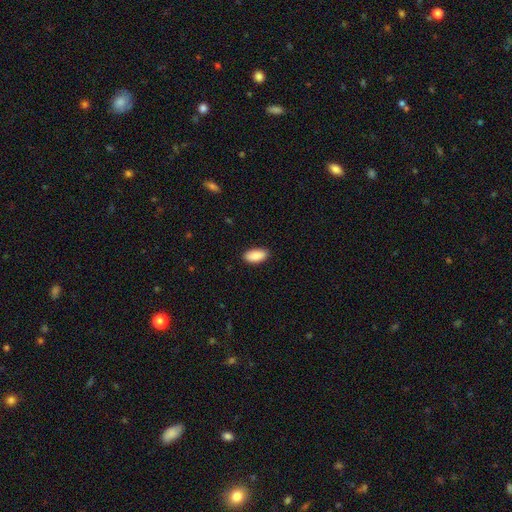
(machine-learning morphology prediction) smooth-or-featured: smooth: 90% | star or artifact: 6% | featured or disk: 4%
  how-rounded: in between: 93% | cigar-shaped: 4% | round: 2%
  merging: none: 88% | minor disturbance: 9% | major disturbance: 2% | merger: 1%